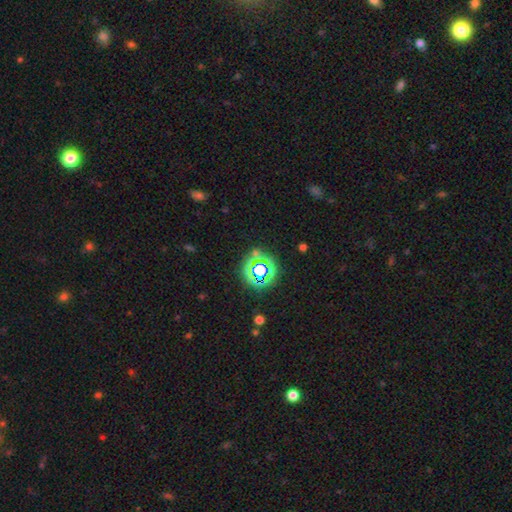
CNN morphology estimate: This appears to be a star or artifact, not a galaxy (72%).